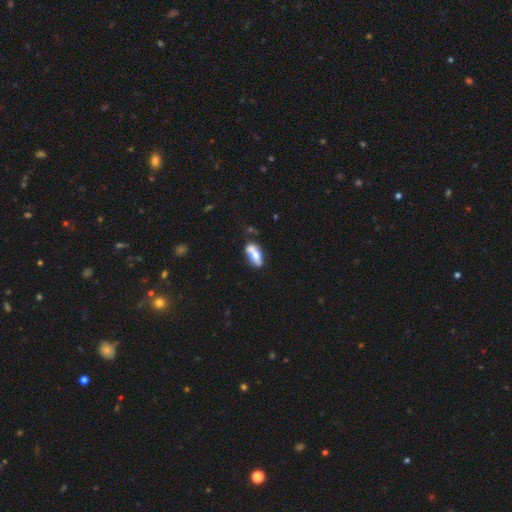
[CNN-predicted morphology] smooth-or-featured: smooth: 56% | featured or disk: 36% | star or artifact: 8%
  how-rounded: in between: 79% | cigar-shaped: 14% | round: 7%
  merging: merger: 48% | none: 32% | minor disturbance: 13% | major disturbance: 7%